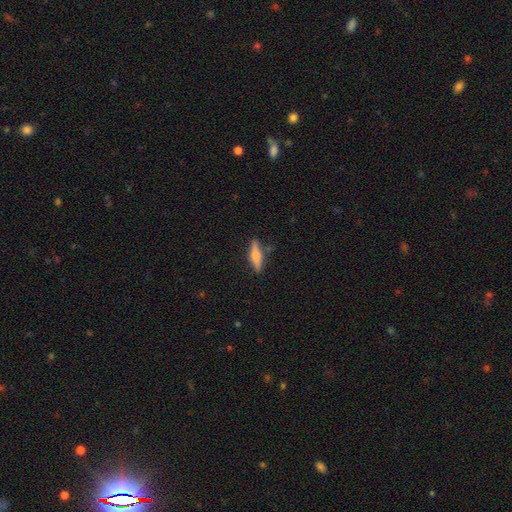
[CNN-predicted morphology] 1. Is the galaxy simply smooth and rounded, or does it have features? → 52% smooth, 42% featured or disk, 6% star or artifact.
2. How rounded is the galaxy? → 71% cigar-shaped, 26% in between, 2% round.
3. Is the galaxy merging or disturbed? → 83% none, 12% minor disturbance, 2% merger, 2% major disturbance.